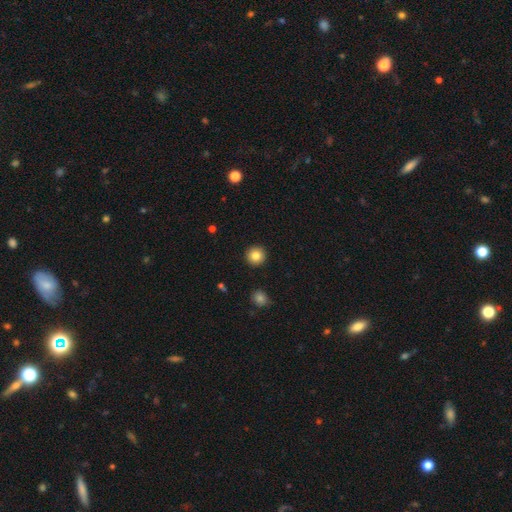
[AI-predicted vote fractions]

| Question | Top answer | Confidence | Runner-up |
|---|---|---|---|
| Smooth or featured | smooth | 84% | star or artifact (10%) |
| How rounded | round | 95% | in between (4%) |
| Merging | none | 93% | minor disturbance (4%) |